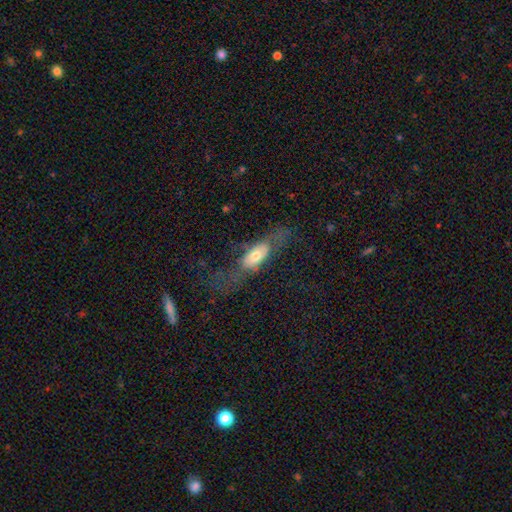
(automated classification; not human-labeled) smooth 50%, featured or disk 42%, star or artifact 8%. Down the decision tree: how rounded — in between (67%); merging — none (41%).